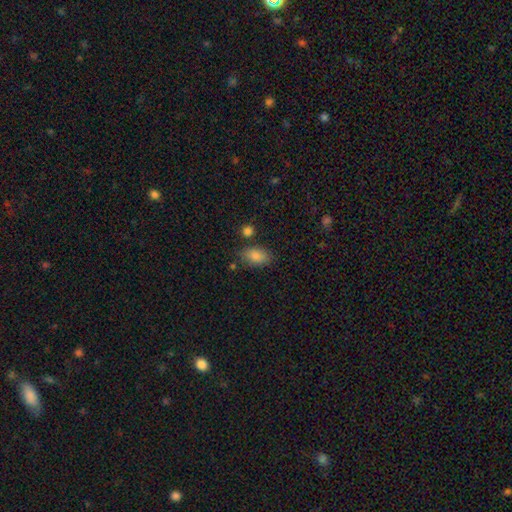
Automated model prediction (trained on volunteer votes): smooth-or-featured: smooth: 83% | star or artifact: 10% | featured or disk: 7%
  how-rounded: in between: 89% | round: 9% | cigar-shaped: 2%
  merging: none: 78% | minor disturbance: 14% | merger: 5% | major disturbance: 3%